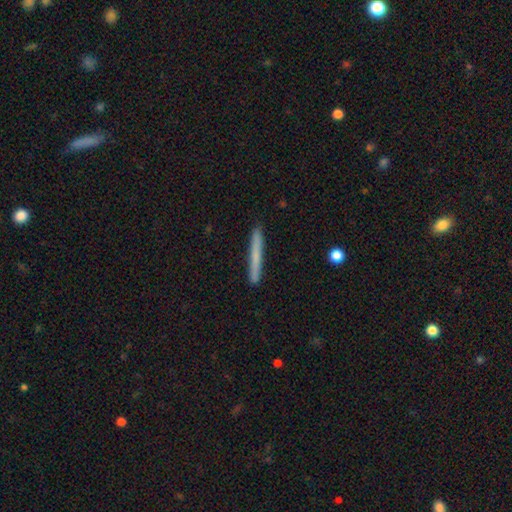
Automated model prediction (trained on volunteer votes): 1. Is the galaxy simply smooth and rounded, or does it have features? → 65% smooth, 28% featured or disk, 6% star or artifact.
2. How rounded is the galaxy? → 97% cigar-shaped, 2% in between, 1% round.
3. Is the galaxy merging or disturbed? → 92% none, 6% minor disturbance, 1% major disturbance, 1% merger.